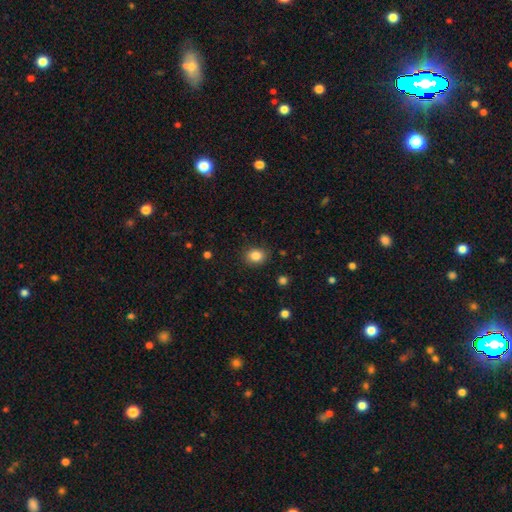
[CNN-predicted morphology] Smooth or featured? smooth (85%)
How rounded? round (53%)
Merging? none (86%)